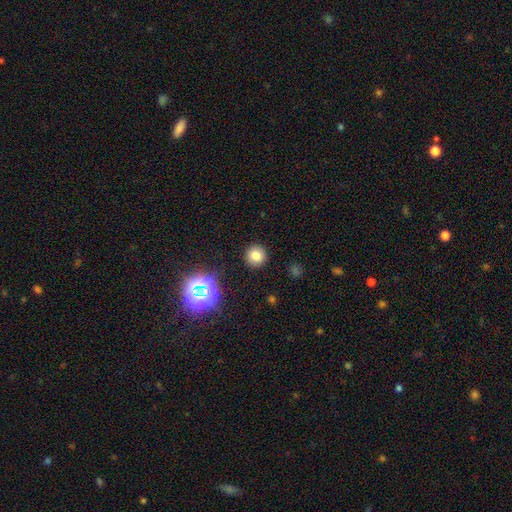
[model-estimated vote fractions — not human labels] Q: Smooth or featured?
A: smooth (77%); runner-up: star or artifact (16%)
Q: How rounded?
A: round (93%); runner-up: in between (6%)
Q: Merging?
A: none (91%); runner-up: minor disturbance (5%)